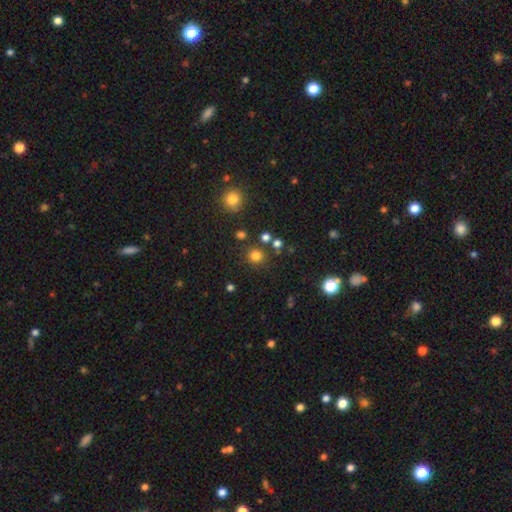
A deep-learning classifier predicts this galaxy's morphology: A smooth galaxy with no disk features (79%) that is round (89%). Merging: none (82%).